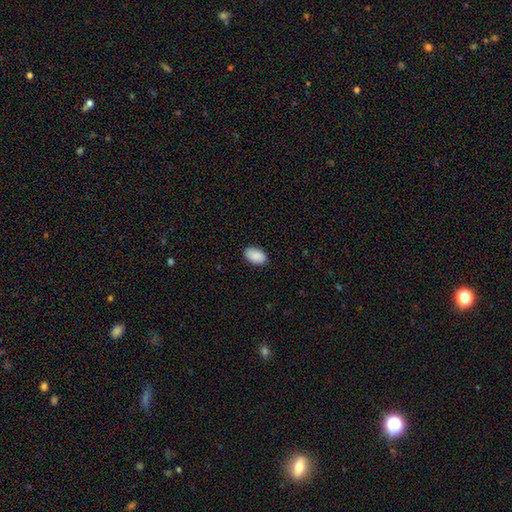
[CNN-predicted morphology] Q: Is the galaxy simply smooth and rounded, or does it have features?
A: smooth — 89%.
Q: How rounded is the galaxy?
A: in between — 92%.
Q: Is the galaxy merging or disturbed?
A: none — 88%.